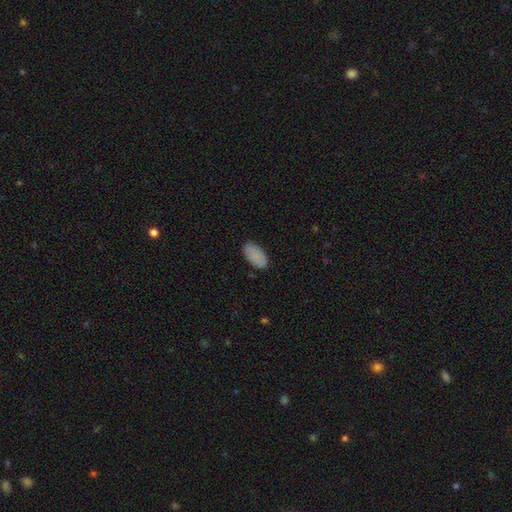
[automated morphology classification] A smooth galaxy with no disk features (87%) that is in between round and cigar-shaped (95%). Merging: none (83%).